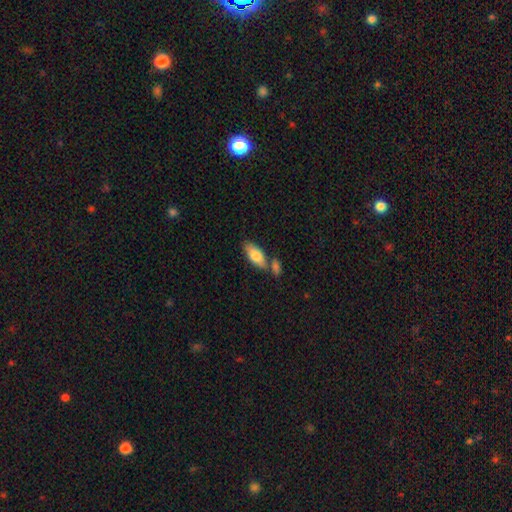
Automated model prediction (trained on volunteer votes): This is likely a smooth galaxy (78%). How rounded: clearly in between (85%). Merging: possibly none (55%).